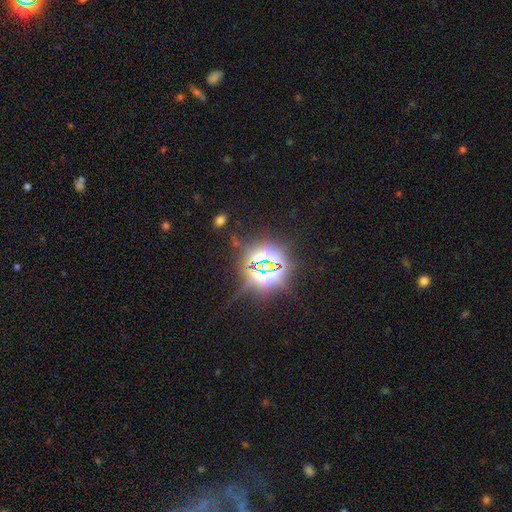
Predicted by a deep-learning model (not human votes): Q: Smooth or featured?
A: star or artifact (82%); runner-up: smooth (10%)